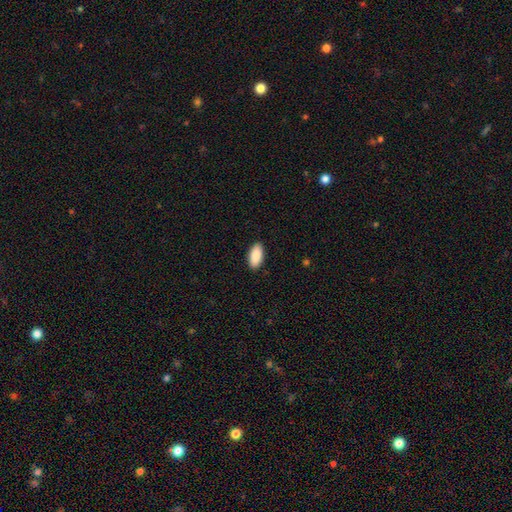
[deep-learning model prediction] Overall: smooth (91%). How rounded: in between (94%). Merging: none (90%).